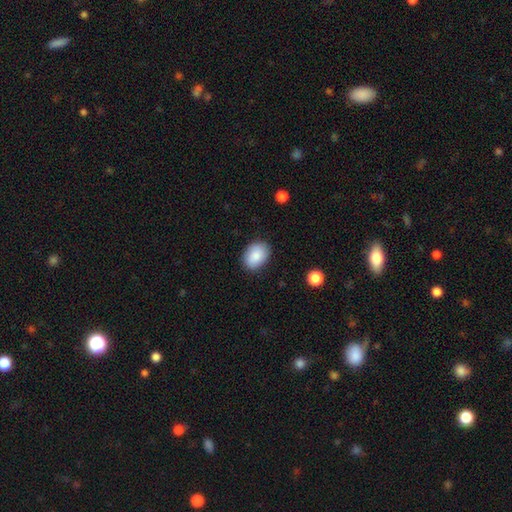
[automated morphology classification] type=smooth (88%); roundness=in between (77%); merging=none (85%).